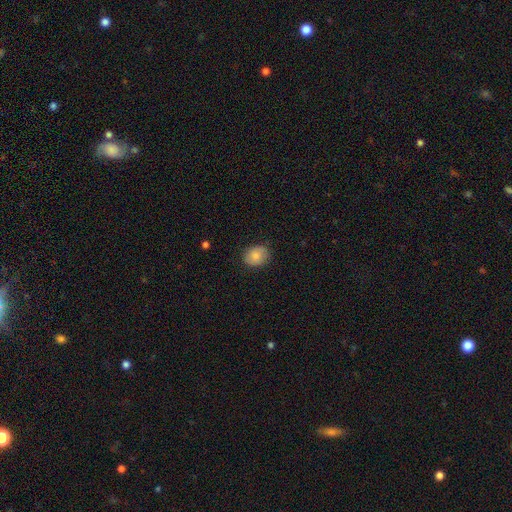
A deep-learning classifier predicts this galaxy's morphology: This is clearly a smooth galaxy (83%). How rounded: possibly round (56%). Merging: clearly none (82%).